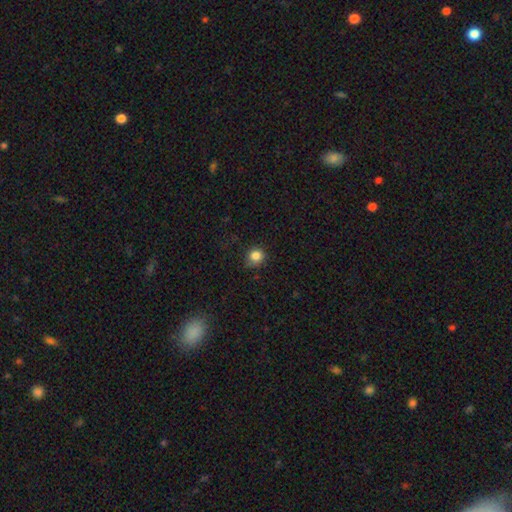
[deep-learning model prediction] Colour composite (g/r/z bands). It shows a smooth galaxy with no disk features (85%) that is round (88%). Merging: none (76%).